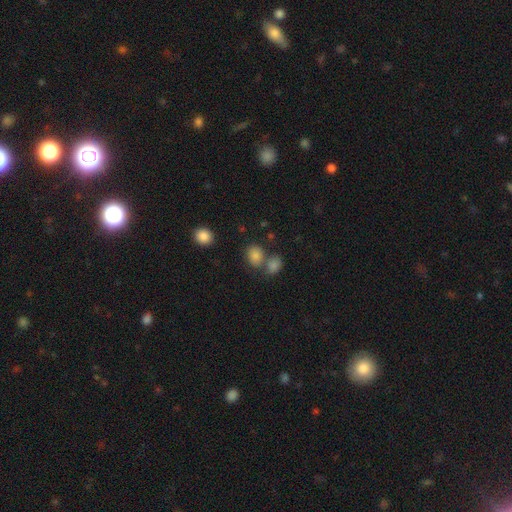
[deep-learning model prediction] This is likely a smooth galaxy (79%). How rounded: possibly round (57%). Merging: possibly none (54%).